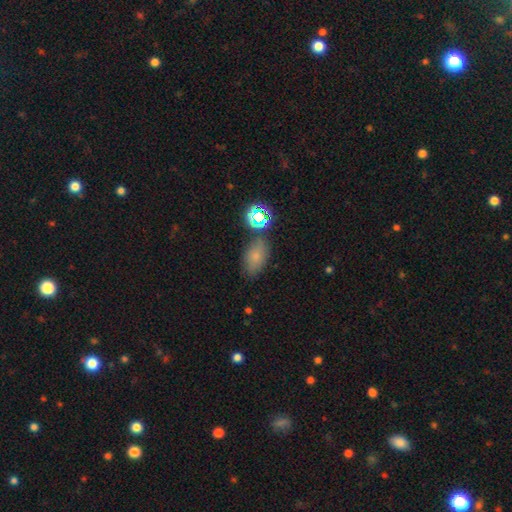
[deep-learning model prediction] The model was most divided on "smooth or featured": smooth: 70%, star or artifact: 19%, featured or disk: 12%. More confident: how rounded — in between (85%); merging — none (72%).